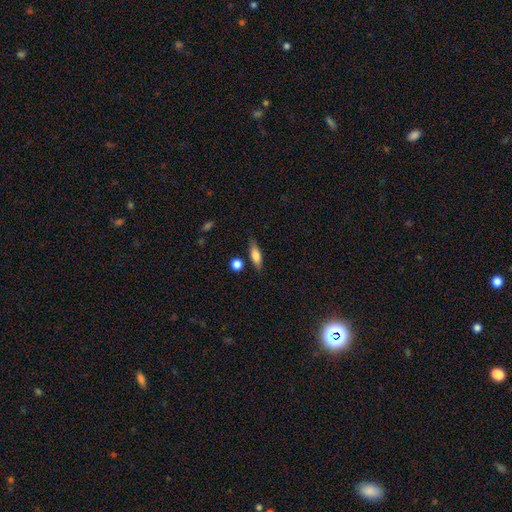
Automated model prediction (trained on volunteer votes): Smooth or featured?
  - smooth: 69% *
  - featured or disk: 23%
  - star or artifact: 7%
How rounded?
  - in between: 49% *
  - cigar-shaped: 47%
  - round: 4%
Merging?
  - none: 76% *
  - minor disturbance: 16%
  - merger: 5%
  - major disturbance: 4%